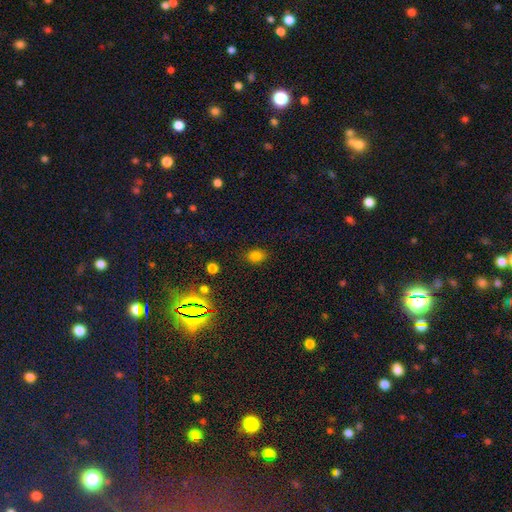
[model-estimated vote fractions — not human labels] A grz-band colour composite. It shows a smooth galaxy with no disk features (76%) that is in between round and cigar-shaped (65%). Merging: none (83%).